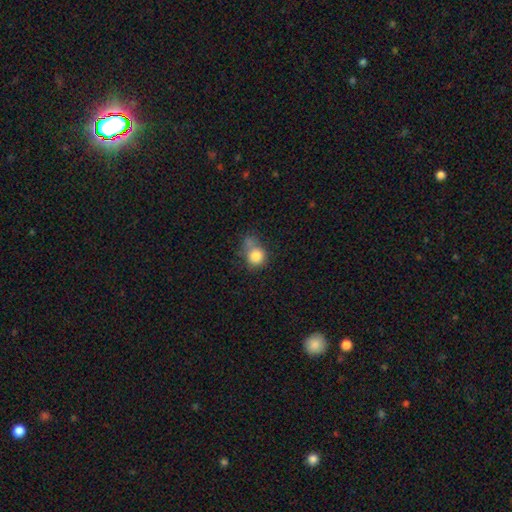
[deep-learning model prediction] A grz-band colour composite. It shows a smooth galaxy with no disk features (82%) that is round (77%). Merging: none (41%).